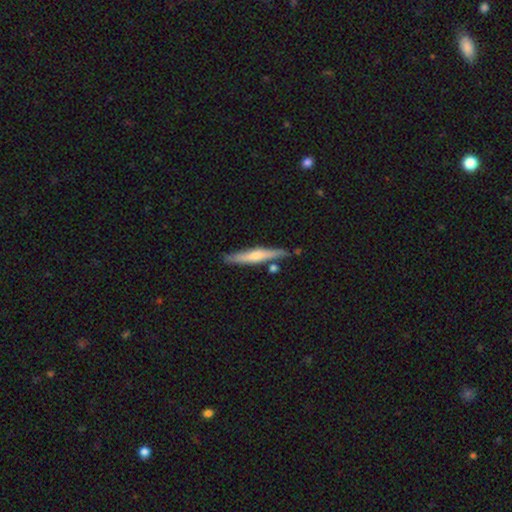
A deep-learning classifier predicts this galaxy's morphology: This is possibly a featured or disk galaxy (49%). Merging: likely none (79%).